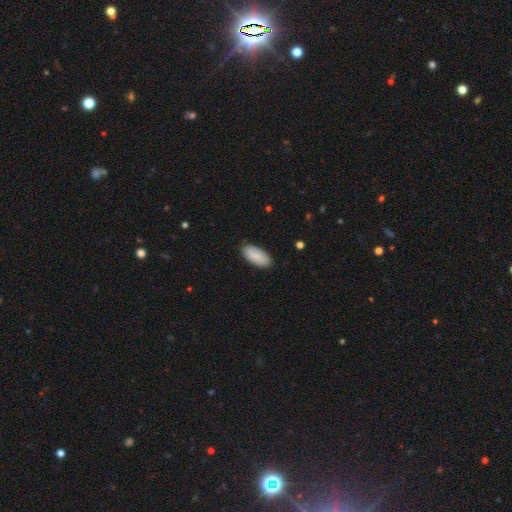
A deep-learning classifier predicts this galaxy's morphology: A smooth galaxy with no disk features (84%) that is in between round and cigar-shaped (91%). Merging: none (86%).